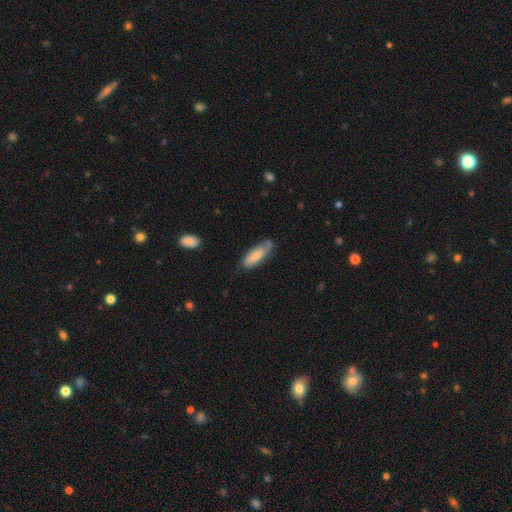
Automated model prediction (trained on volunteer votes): smooth_or_featured: smooth (p=0.67) [alt: featured or disk p=0.27]
how_rounded: in between (p=0.70) [alt: cigar-shaped p=0.28]
merging: none (p=0.57) [alt: minor disturbance p=0.29]